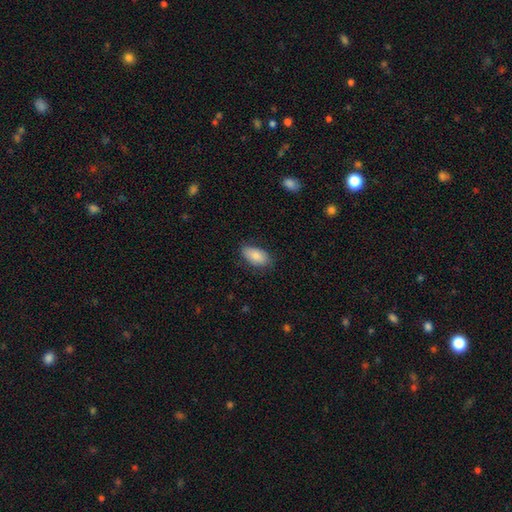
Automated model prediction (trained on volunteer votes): Overall: smooth (84%). How rounded: in between (94%). Merging: none (80%).